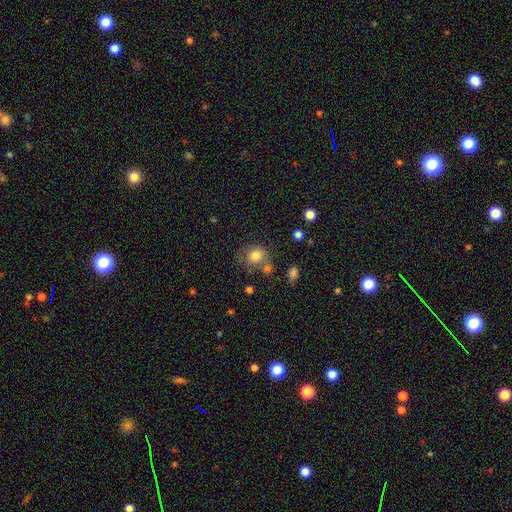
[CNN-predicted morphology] Smooth or featured: smooth — 80% (star or artifact — 11%)
How rounded: round — 72% (in between — 27%)
Merging: none — 56% (minor disturbance — 18%)